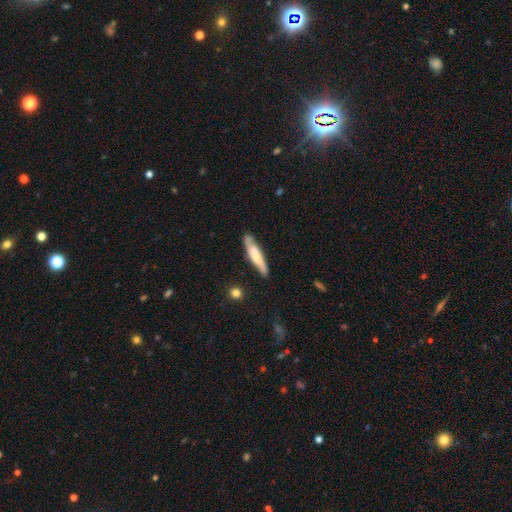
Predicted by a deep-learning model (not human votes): This is possibly a smooth galaxy (58%). How rounded: clearly cigar-shaped (84%). Merging: likely none (74%).